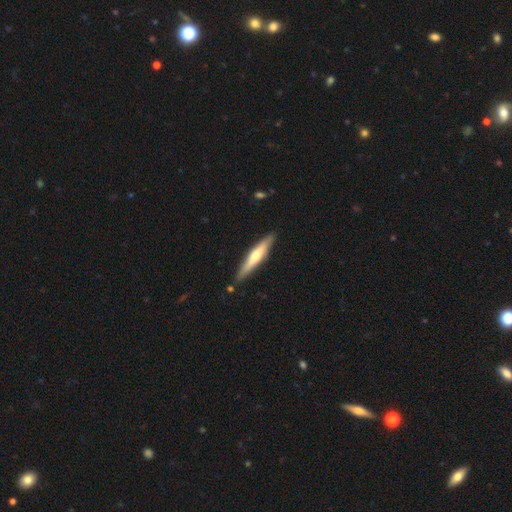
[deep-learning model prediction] This is possibly a featured or disk galaxy (53%). It is clearly viewed edge-on (93%). Merging: clearly none (87%).